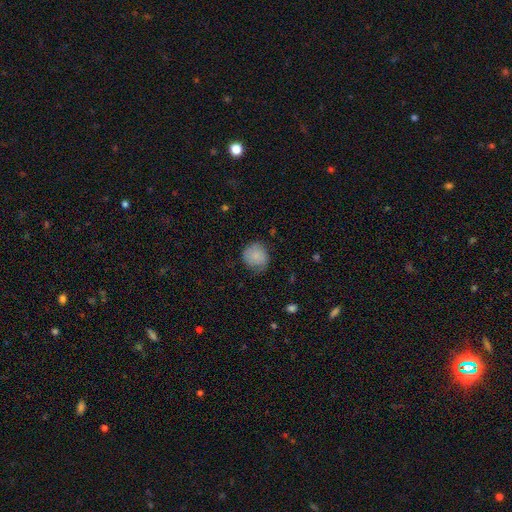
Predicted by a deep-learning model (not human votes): smooth 82%, featured or disk 10%, star or artifact 8%. Down the decision tree: how rounded — round (85%); merging — none (66%).